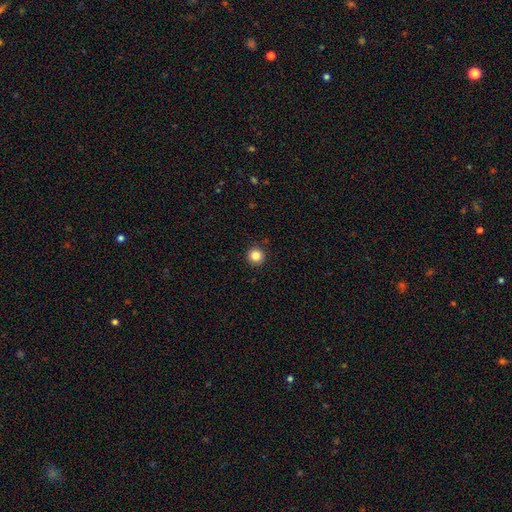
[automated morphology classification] This is clearly a smooth galaxy (84%). How rounded: clearly round (96%). Merging: clearly none (92%).